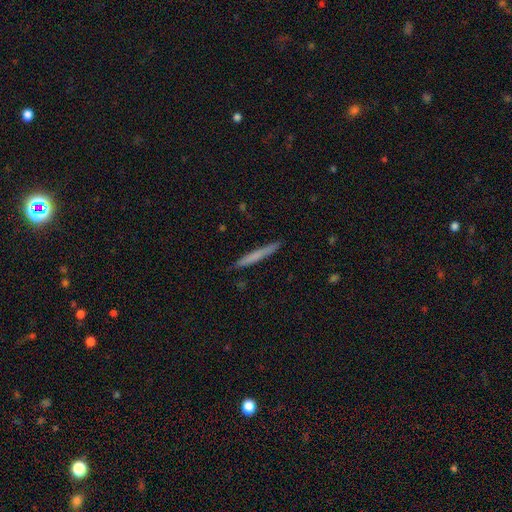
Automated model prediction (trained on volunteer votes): Smooth or featured? smooth (63%)
How rounded? cigar-shaped (97%)
Merging? none (90%)